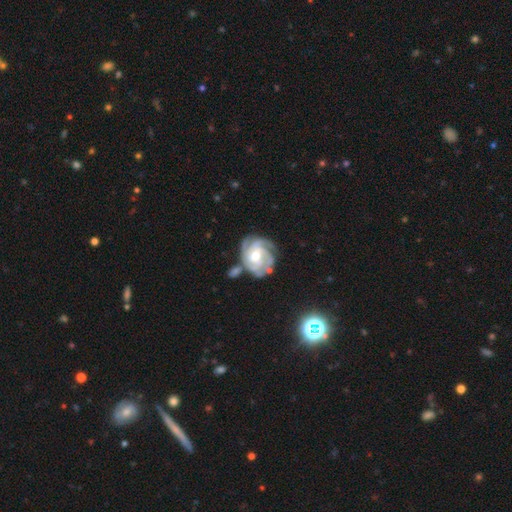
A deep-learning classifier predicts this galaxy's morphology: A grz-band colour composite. It shows a featured or disk galaxy (89%) with no bar (63%), 3 (33%) tight (68%) spiral arms (97%) and a moderate central bulge (68%). Merging: none (64%).